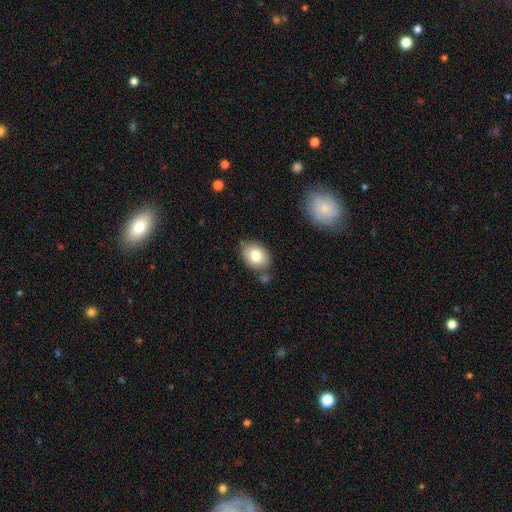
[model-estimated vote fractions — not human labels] Smooth or featured: smooth — 79% (featured or disk — 13%)
How rounded: in between — 65% (round — 34%)
Merging: none — 74% (minor disturbance — 15%)